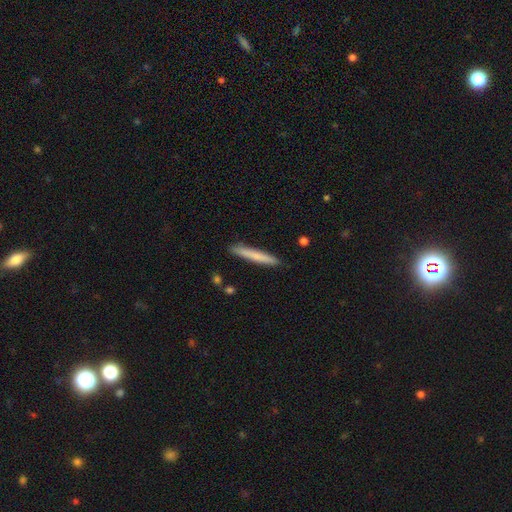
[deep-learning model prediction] Smooth or featured? smooth (73%)
How rounded? cigar-shaped (96%)
Merging? none (90%)